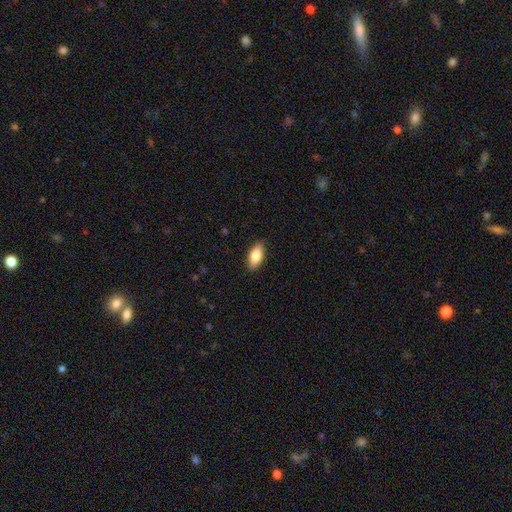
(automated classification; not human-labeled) smooth_or_featured: smooth (p=0.80) [alt: featured or disk p=0.13]
how_rounded: in between (p=0.87) [alt: cigar-shaped p=0.09]
merging: none (p=0.88) [alt: minor disturbance p=0.09]